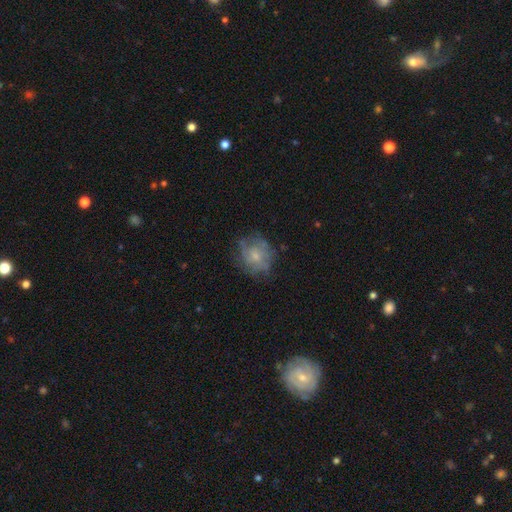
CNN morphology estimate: smooth-or-featured: featured or disk: 47% | smooth: 44% | star or artifact: 9%
  merging: none: 63% | minor disturbance: 23% | major disturbance: 12% | merger: 2%